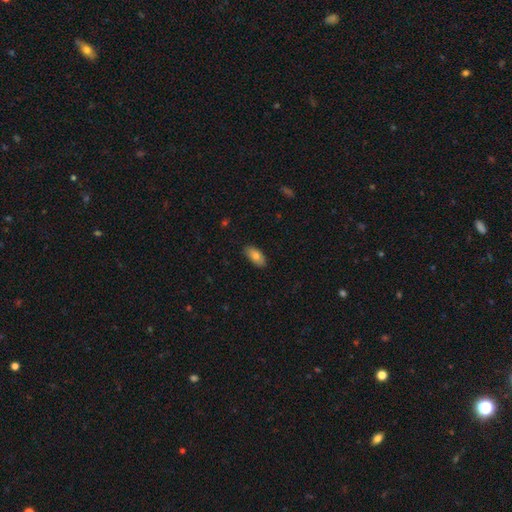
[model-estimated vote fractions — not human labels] smooth 79%, featured or disk 15%, star or artifact 7%. Down the decision tree: how rounded — in between (92%); merging — none (85%).